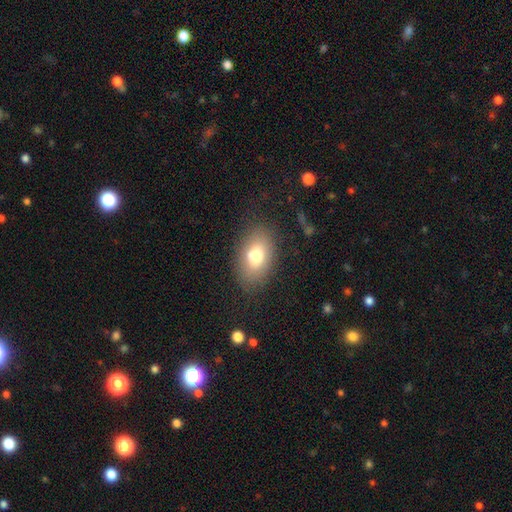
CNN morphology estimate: Smooth or featured?
  - smooth: 75% *
  - featured or disk: 16%
  - star or artifact: 10%
How rounded?
  - in between: 85% *
  - round: 13%
  - cigar-shaped: 1%
Merging?
  - none: 78% *
  - minor disturbance: 14%
  - major disturbance: 6%
  - merger: 2%